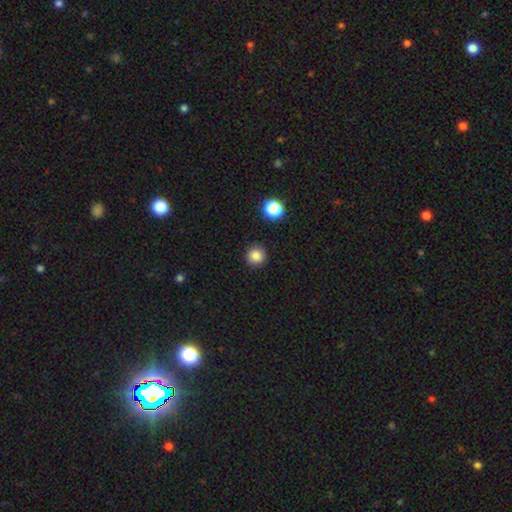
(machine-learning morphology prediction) This appears to be a smooth galaxy with no disk features (83%) that is round (95%). Merging: none (91%).